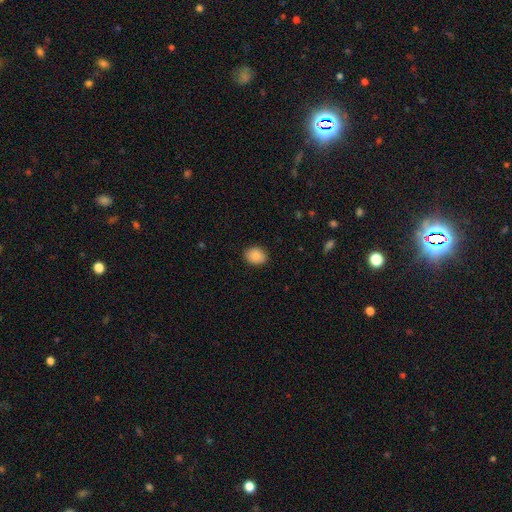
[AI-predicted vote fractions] smooth 89%, star or artifact 8%, featured or disk 4%. Down the decision tree: how rounded — round (52%); merging — none (89%).